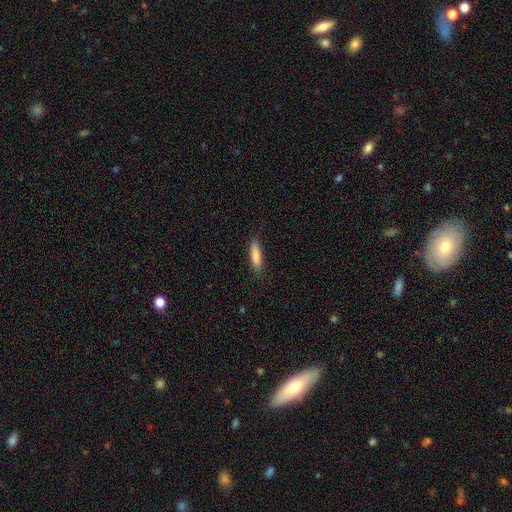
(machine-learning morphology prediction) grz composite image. It shows a smooth galaxy with no disk features (84%) that is cigar-shaped (67%). Merging: none (85%).